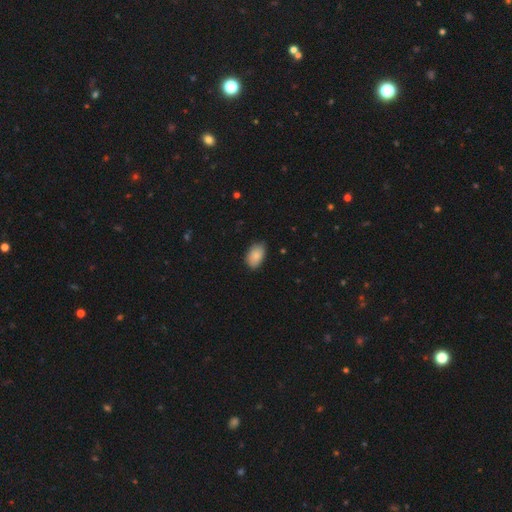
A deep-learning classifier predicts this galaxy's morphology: Q: Smooth or featured?
A: smooth (87%); runner-up: star or artifact (7%)
Q: How rounded?
A: in between (91%); runner-up: round (7%)
Q: Merging?
A: none (78%); runner-up: minor disturbance (18%)